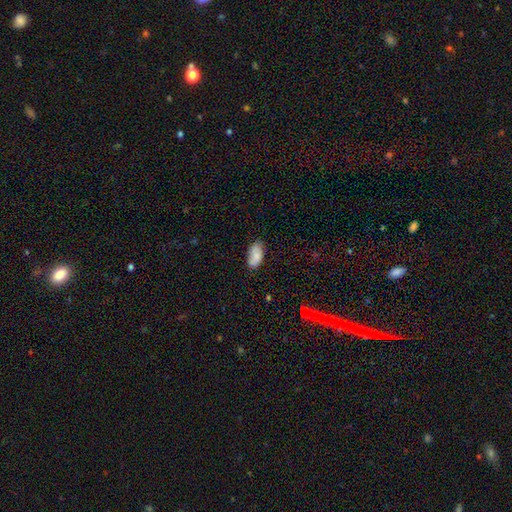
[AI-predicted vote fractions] Smooth or featured?
  - smooth: 83% *
  - featured or disk: 10%
  - star or artifact: 7%
How rounded?
  - in between: 92% *
  - cigar-shaped: 6%
  - round: 2%
Merging?
  - none: 74% *
  - minor disturbance: 20%
  - major disturbance: 4%
  - merger: 2%